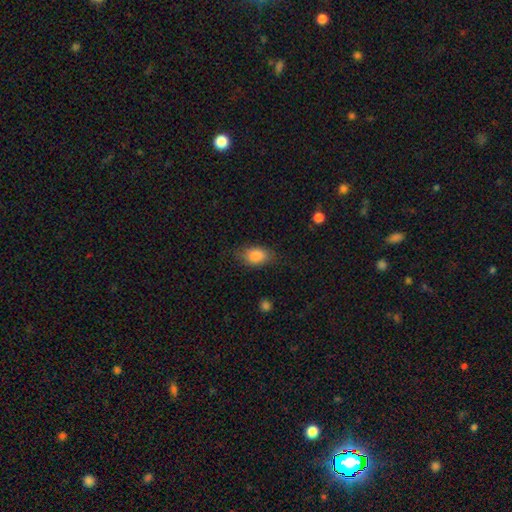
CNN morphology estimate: smooth_or_featured: smooth (p=0.86) [alt: star or artifact p=0.08]
how_rounded: in between (p=0.85) [alt: round p=0.13]
merging: none (p=0.75) [alt: minor disturbance p=0.19]